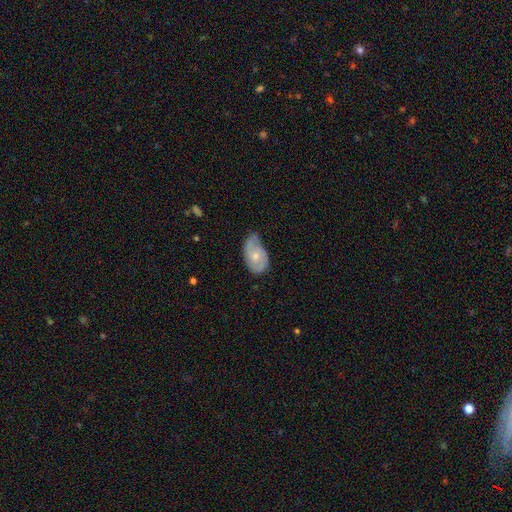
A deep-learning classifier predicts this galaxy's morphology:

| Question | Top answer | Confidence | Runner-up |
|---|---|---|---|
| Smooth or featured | featured or disk | 56% | smooth (38%) |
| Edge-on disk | no | 95% | yes (5%) |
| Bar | no | 77% | weak (20%) |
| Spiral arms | yes | 78% | no (22%) |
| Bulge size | small | 52% | moderate (44%) |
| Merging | minor disturbance | 44% | none (38%) |